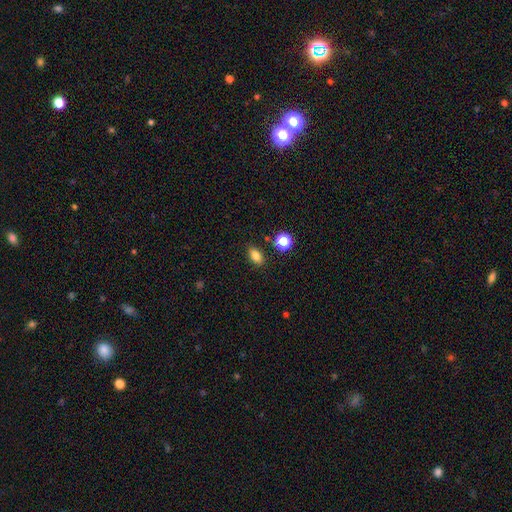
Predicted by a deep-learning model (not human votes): smooth_or_featured: smooth (p=0.82) [alt: star or artifact p=0.12]
how_rounded: in between (p=0.82) [alt: round p=0.16]
merging: none (p=0.86) [alt: minor disturbance p=0.09]